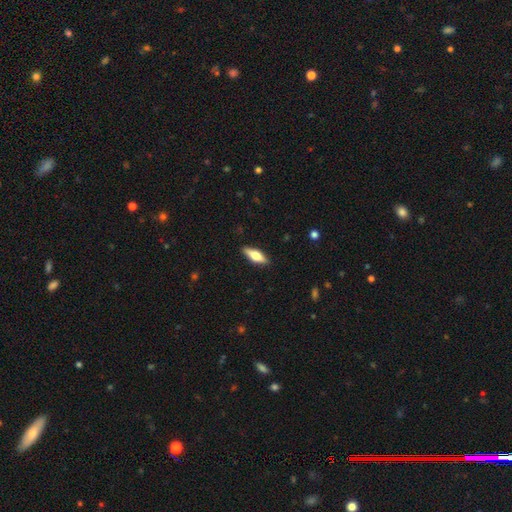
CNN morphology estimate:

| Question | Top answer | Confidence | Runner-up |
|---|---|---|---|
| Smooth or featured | smooth | 48% | featured or disk (46%) |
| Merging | none | 88% | minor disturbance (9%) |